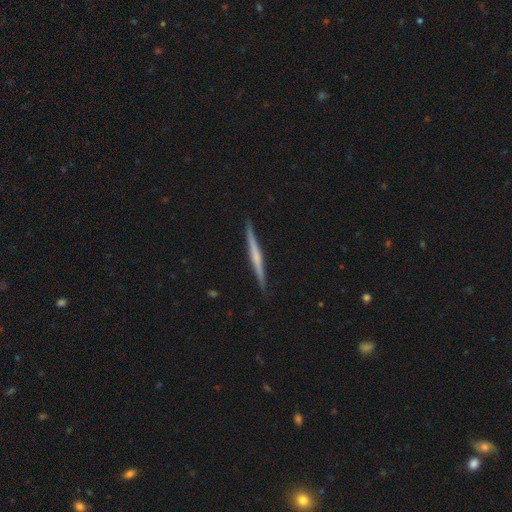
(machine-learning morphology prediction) Smooth or featured? featured or disk (63%)
Edge-on disk? yes (98%)
Edge-on bulge? none (54%)
Merging? none (91%)